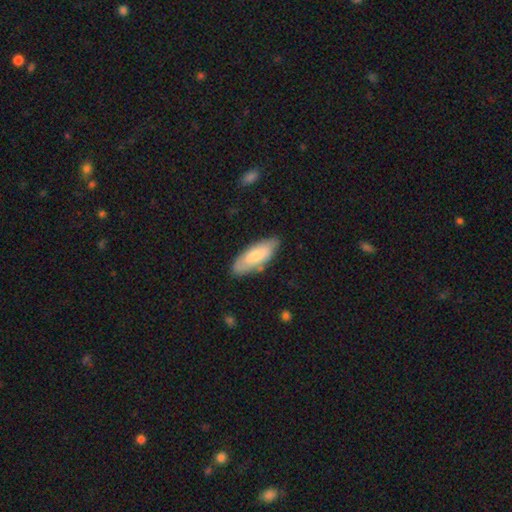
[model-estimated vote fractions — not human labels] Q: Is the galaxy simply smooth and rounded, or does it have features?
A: smooth — 68%.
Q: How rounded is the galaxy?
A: in between — 76%.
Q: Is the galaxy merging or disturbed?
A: none — 77%.